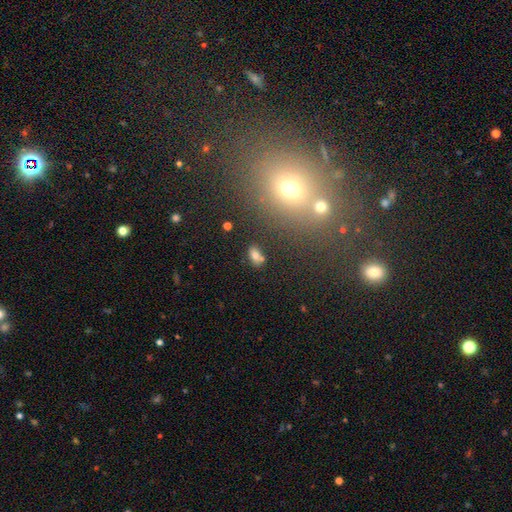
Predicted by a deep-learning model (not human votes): Smooth or featured? Predicted: smooth (p=0.74). How rounded? Predicted: in between (p=0.85). Merging? Predicted: none (p=0.64).